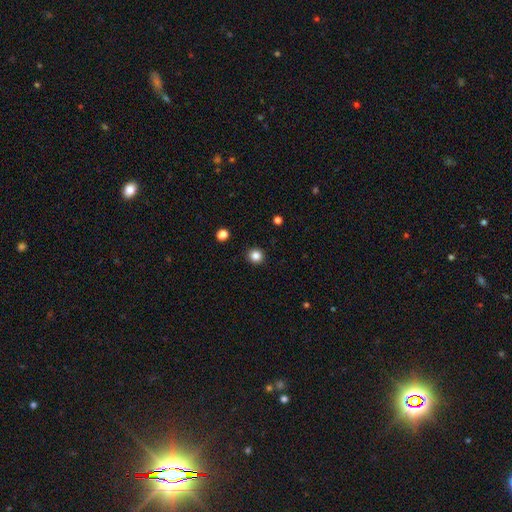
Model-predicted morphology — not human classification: A smooth galaxy with no disk features (84%) that is round (93%). Merging: none (92%).